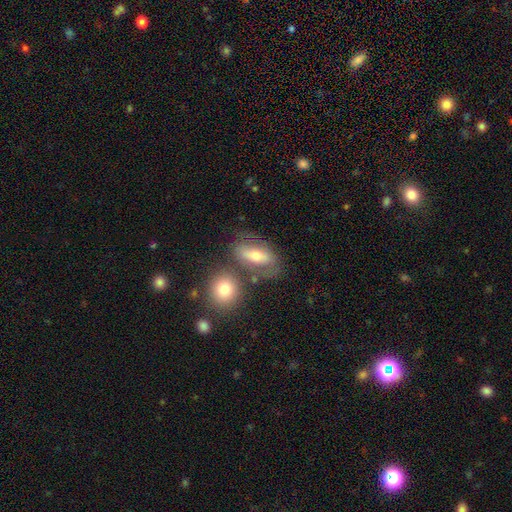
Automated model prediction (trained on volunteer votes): Smooth or featured? Predicted: smooth (p=0.51). How rounded? Predicted: in between (p=0.76). Merging? Predicted: none (p=0.60).